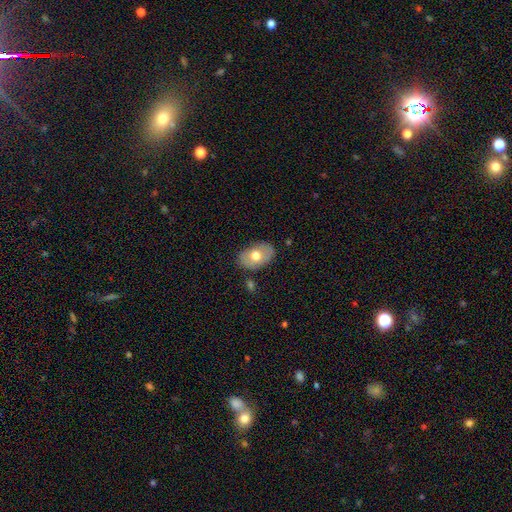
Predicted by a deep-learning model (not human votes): Overall: smooth (62%; featured or disk 32%). How rounded: in between (85%). Merging: none (80%).